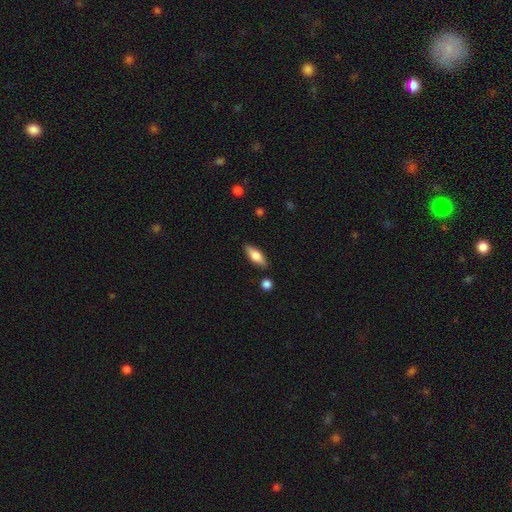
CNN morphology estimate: smooth-or-featured: smooth: 71% | featured or disk: 23% | star or artifact: 6%
  how-rounded: in between: 70% | cigar-shaped: 28% | round: 3%
  merging: none: 84% | minor disturbance: 11% | merger: 3% | major disturbance: 2%